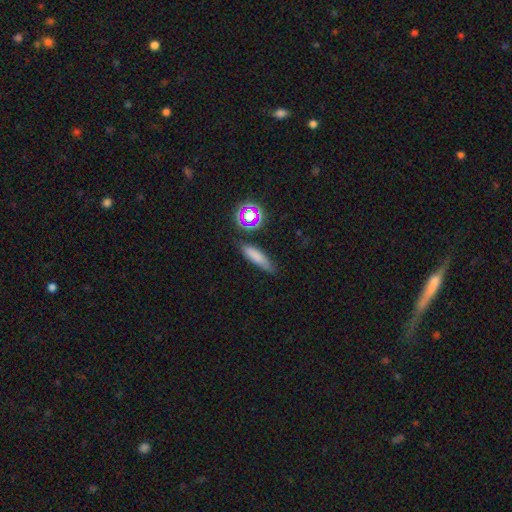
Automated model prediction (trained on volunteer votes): Smooth or featured? Predicted: smooth (p=0.73). How rounded? Predicted: cigar-shaped (p=0.67). Merging? Predicted: none (p=0.75).